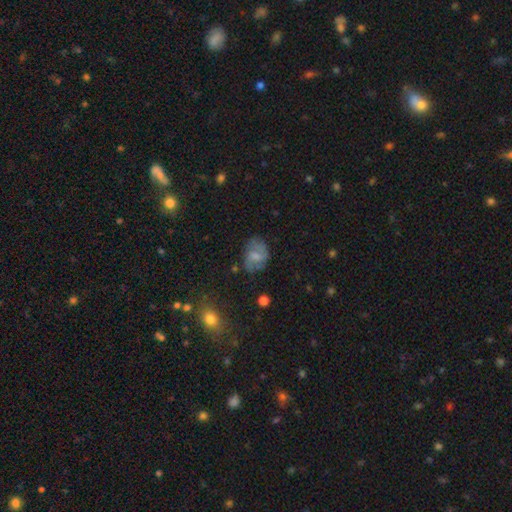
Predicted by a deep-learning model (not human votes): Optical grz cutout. It shows a featured or disk galaxy (48%). Merging: none (60%).